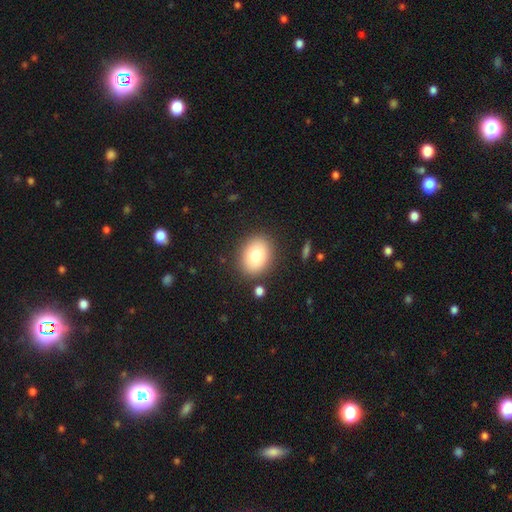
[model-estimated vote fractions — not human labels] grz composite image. It shows a smooth galaxy with no disk features (79%) that is in between round and cigar-shaped (65%). Merging: none (86%).